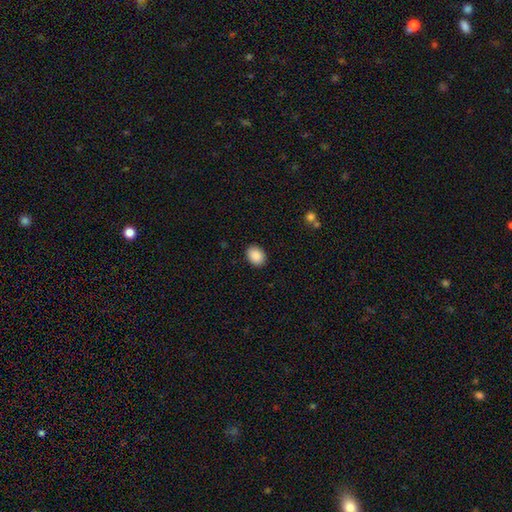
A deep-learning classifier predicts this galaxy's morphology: Smooth or featured? smooth (90%)
How rounded? in between (62%)
Merging? none (90%)